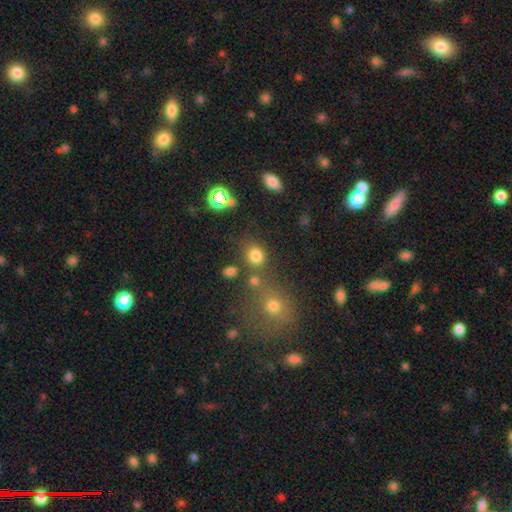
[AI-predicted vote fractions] This is likely a smooth galaxy (76%). How rounded: likely round (74%). Merging: likely none (67%).